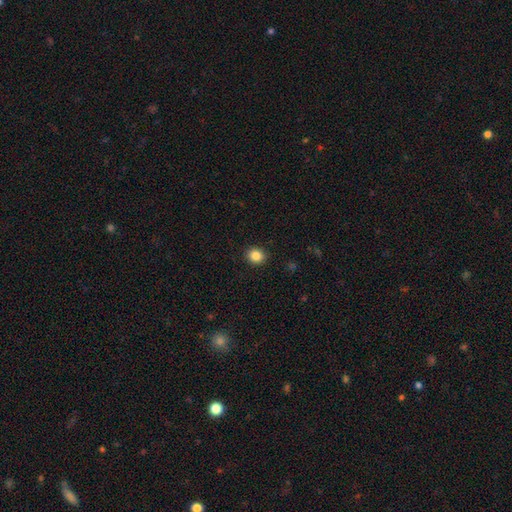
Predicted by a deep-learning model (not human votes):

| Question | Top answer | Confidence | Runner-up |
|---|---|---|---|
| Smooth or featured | smooth | 86% | star or artifact (10%) |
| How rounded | round | 74% | in between (25%) |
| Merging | none | 91% | minor disturbance (6%) |